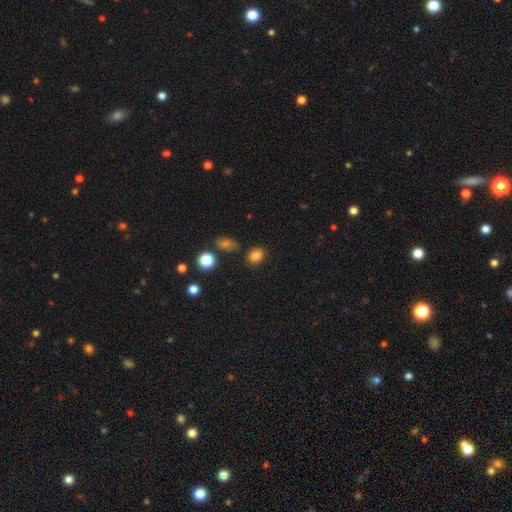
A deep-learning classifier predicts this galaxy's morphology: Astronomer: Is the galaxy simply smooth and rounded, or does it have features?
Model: smooth — 82%.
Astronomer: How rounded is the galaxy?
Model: round — 56% (runner-up: in between, 43%).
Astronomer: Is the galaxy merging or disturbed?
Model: none — 79%.